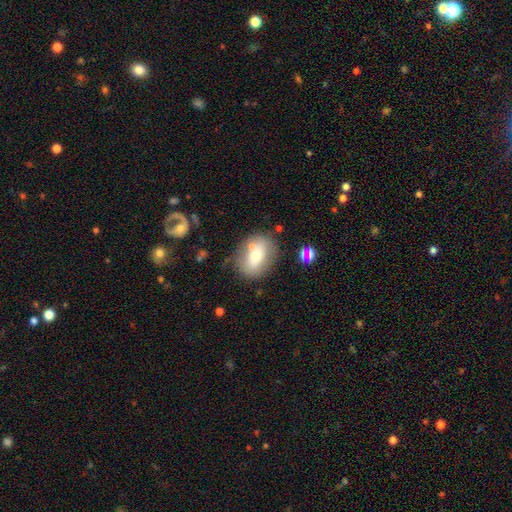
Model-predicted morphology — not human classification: Smooth or featured?
  - smooth: 61% *
  - featured or disk: 30%
  - star or artifact: 9%
How rounded?
  - in between: 55% *
  - round: 43%
  - cigar-shaped: 2%
Merging?
  - none: 68% *
  - minor disturbance: 16%
  - merger: 10%
  - major disturbance: 6%